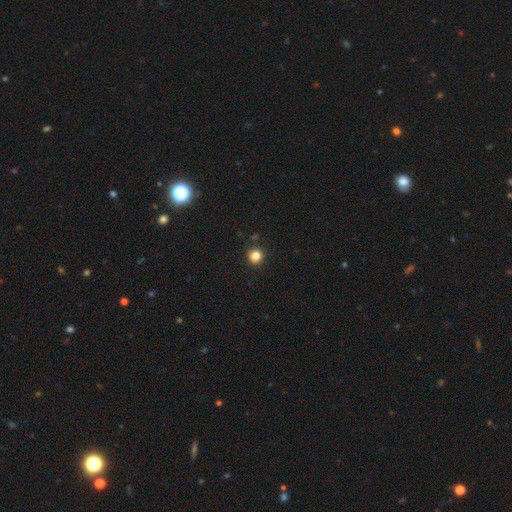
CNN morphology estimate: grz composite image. It shows a smooth galaxy with no disk features (83%) that is round (92%). Merging: none (88%).